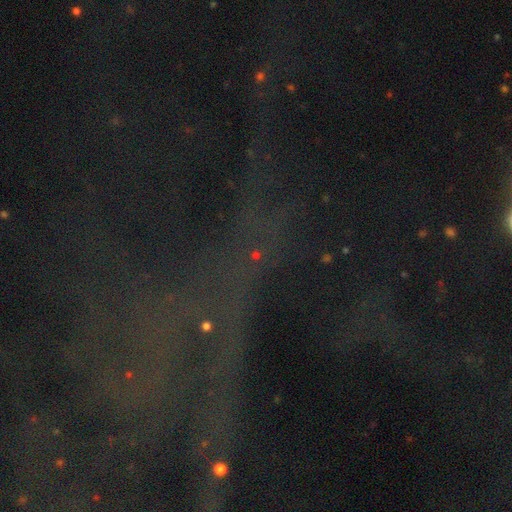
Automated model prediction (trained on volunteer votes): smooth_or_featured: star or artifact (p=0.68) [alt: smooth p=0.18]